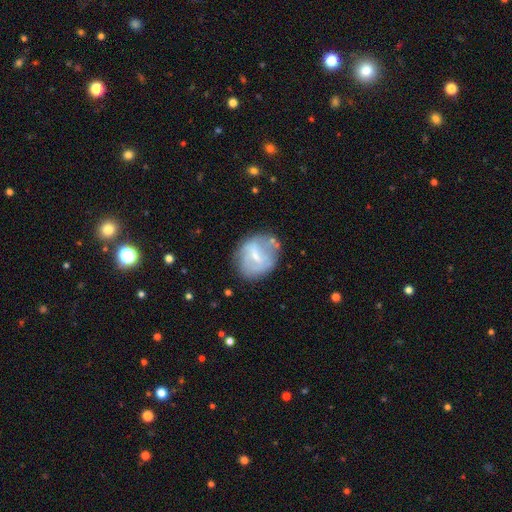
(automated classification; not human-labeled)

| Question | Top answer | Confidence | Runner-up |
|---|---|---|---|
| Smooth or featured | featured or disk | 56% | smooth (36%) |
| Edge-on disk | no | 96% | yes (4%) |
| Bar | weak | 51% | strong (28%) |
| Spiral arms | no | 58% | yes (42%) |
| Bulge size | small | 55% | moderate (26%) |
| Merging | none | 63% | minor disturbance (22%) |